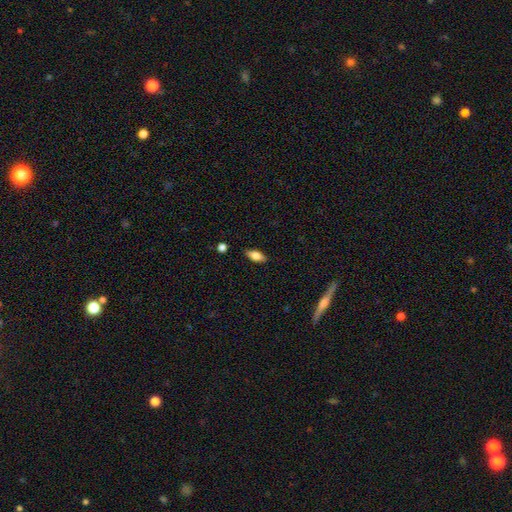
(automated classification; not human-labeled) Smooth or featured: smooth — 75% (featured or disk — 18%)
How rounded: in between — 83% (cigar-shaped — 14%)
Merging: none — 87% (minor disturbance — 10%)